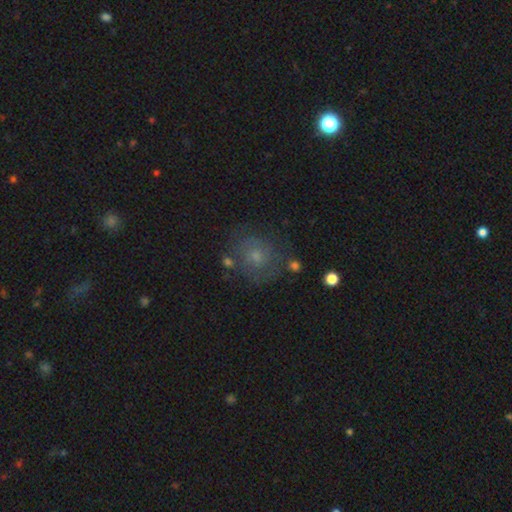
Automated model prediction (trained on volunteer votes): Smooth or featured?
  - smooth: 47% *
  - featured or disk: 35%
  - star or artifact: 18%
Merging?
  - none: 70% *
  - minor disturbance: 17%
  - major disturbance: 9%
  - merger: 4%